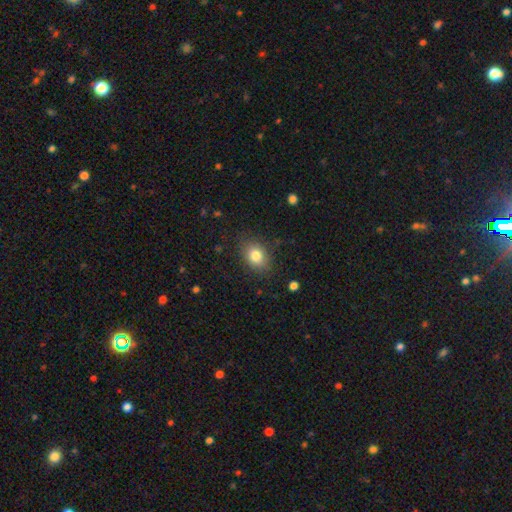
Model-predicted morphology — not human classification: The model was most divided on "how rounded": in between: 63%, round: 36%, cigar-shaped: 1%. More confident: merging — none (82%); smooth or featured — smooth (80%).